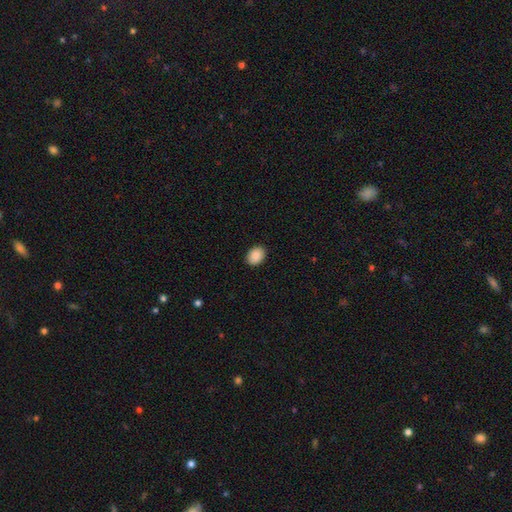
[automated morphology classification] Overall: smooth (90%). How rounded: in between (70%). Merging: none (90%).